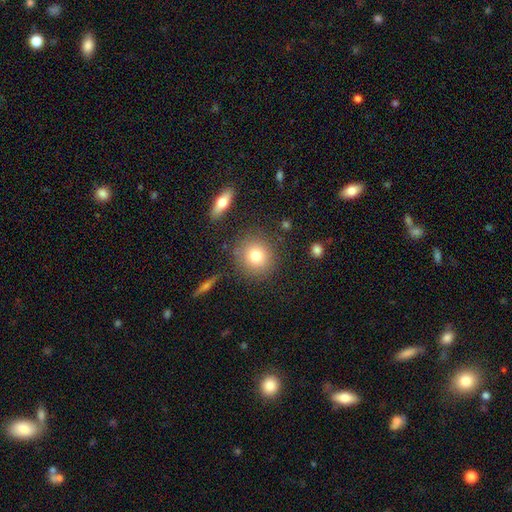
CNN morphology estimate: Smooth or featured? Predicted: smooth (p=0.79). How rounded? Predicted: round (p=0.88). Merging? Predicted: none (p=0.84).